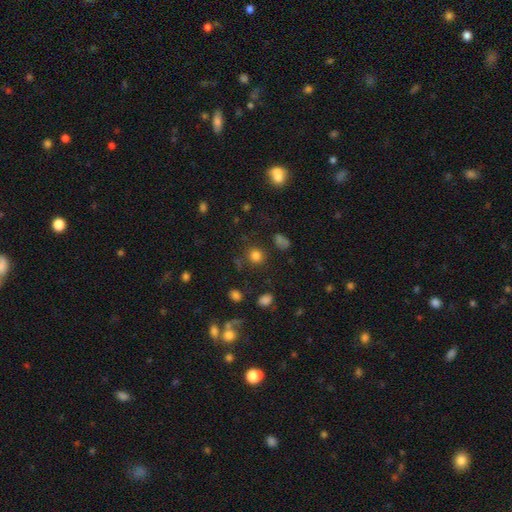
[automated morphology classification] This is likely a smooth galaxy (78%). How rounded: clearly round (86%). Merging: clearly none (81%).